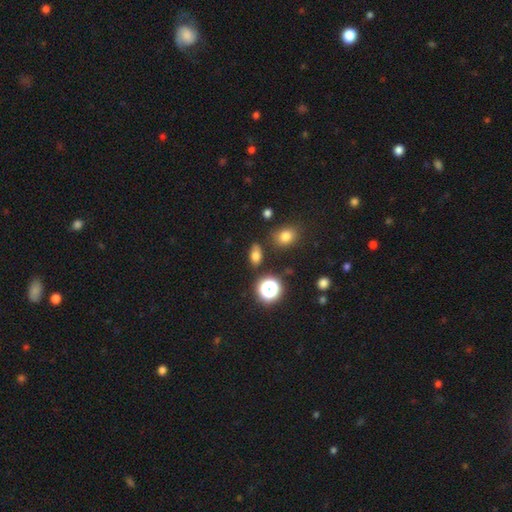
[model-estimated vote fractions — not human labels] Q: Smooth or featured?
A: smooth (72%); runner-up: star or artifact (19%)
Q: How rounded?
A: in between (76%); runner-up: round (21%)
Q: Merging?
A: none (74%); runner-up: minor disturbance (16%)